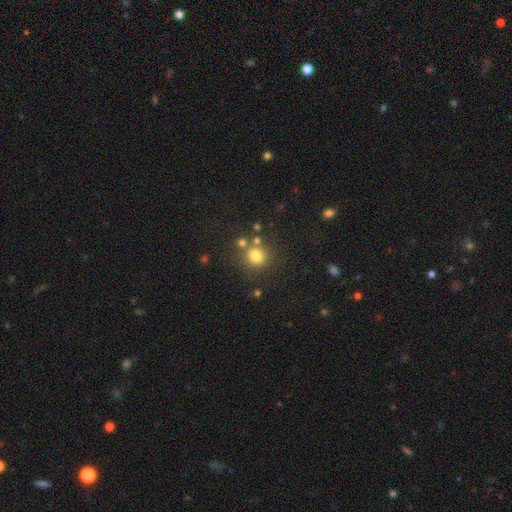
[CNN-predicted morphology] smooth-or-featured: smooth: 76% | star or artifact: 15% | featured or disk: 8%
  how-rounded: round: 85% | in between: 14% | cigar-shaped: 1%
  merging: none: 70% | merger: 16% | minor disturbance: 10% | major disturbance: 4%